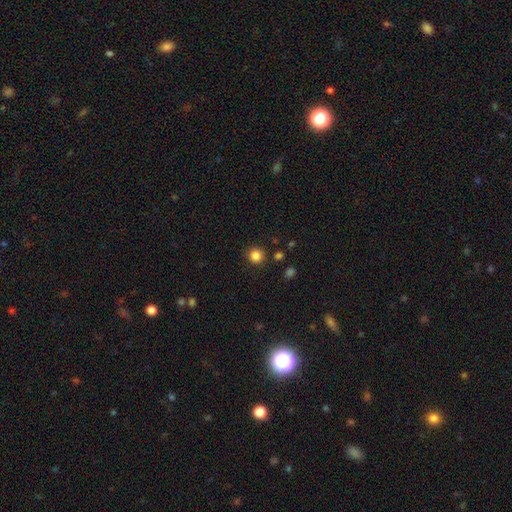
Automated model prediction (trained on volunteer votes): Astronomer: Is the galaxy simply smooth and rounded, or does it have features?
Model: smooth — 84%.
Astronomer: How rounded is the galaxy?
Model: round — 93%.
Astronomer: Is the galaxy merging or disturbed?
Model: none — 89%.